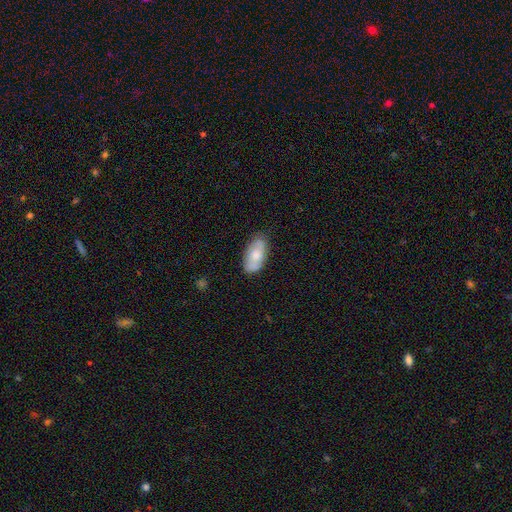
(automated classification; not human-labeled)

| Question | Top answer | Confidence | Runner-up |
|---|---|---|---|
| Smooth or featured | smooth | 58% | featured or disk (36%) |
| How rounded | in between | 91% | cigar-shaped (5%) |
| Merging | none | 71% | minor disturbance (22%) |